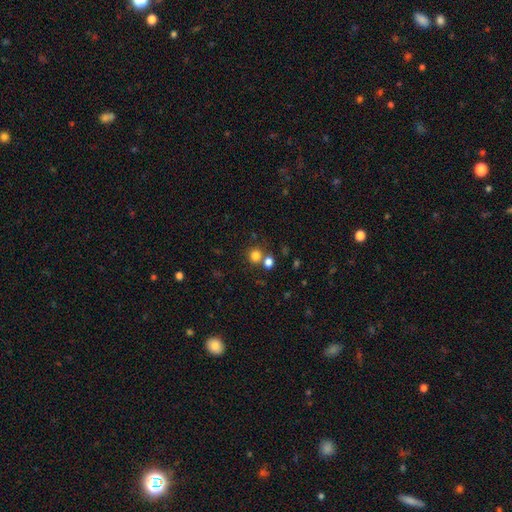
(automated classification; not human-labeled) Morphology: type=smooth (80%); roundness=round (87%); merging=none (64%).